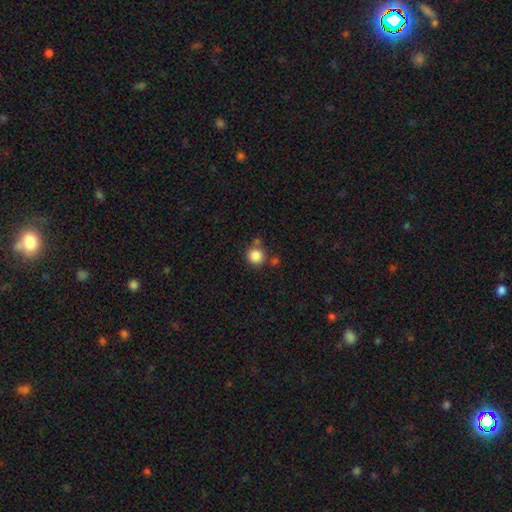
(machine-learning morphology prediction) Smooth or featured: smooth — 86% (star or artifact — 10%)
How rounded: round — 93% (in between — 6%)
Merging: none — 75% (merger — 11%)